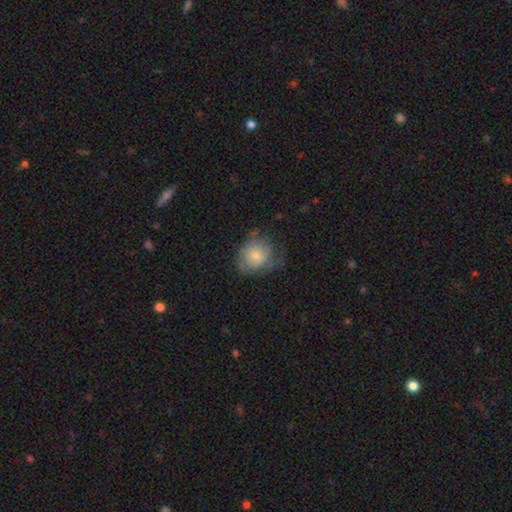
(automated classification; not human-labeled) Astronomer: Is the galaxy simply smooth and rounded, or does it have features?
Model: smooth — 70%.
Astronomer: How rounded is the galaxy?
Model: round — 70%.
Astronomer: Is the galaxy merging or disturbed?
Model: none — 49% (runner-up: minor disturbance, 31%).